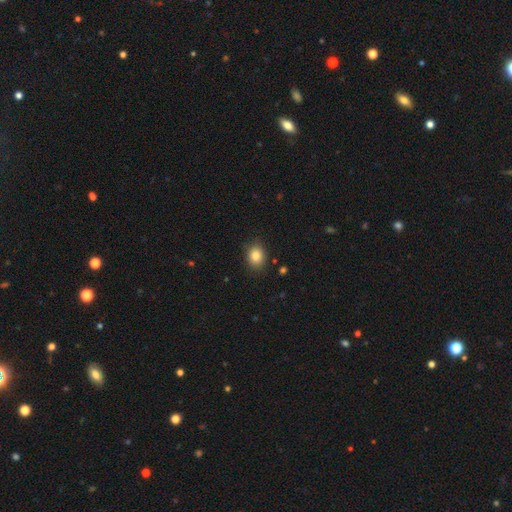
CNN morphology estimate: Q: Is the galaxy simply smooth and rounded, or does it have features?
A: smooth — 83%.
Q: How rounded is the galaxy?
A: round — 51%.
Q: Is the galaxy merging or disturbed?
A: none — 86%.